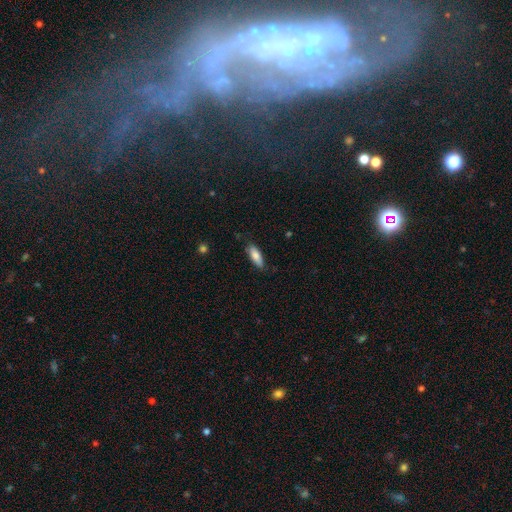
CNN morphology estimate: Smooth or featured? Predicted: smooth (p=0.82). How rounded? Predicted: in between (p=0.65). Merging? Predicted: none (p=0.80).